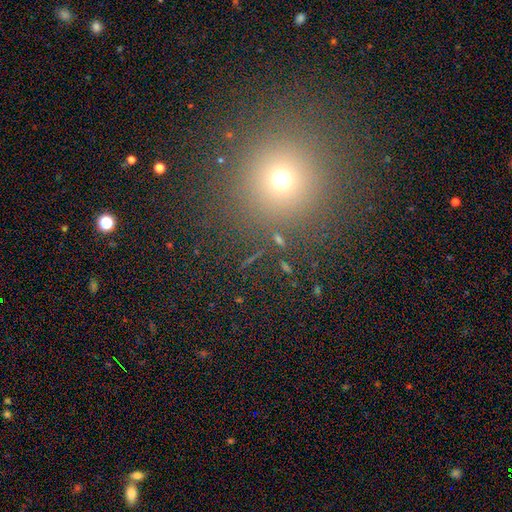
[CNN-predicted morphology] This is possibly a smooth galaxy (53%). How rounded: clearly round (94%). Merging: clearly none (88%).